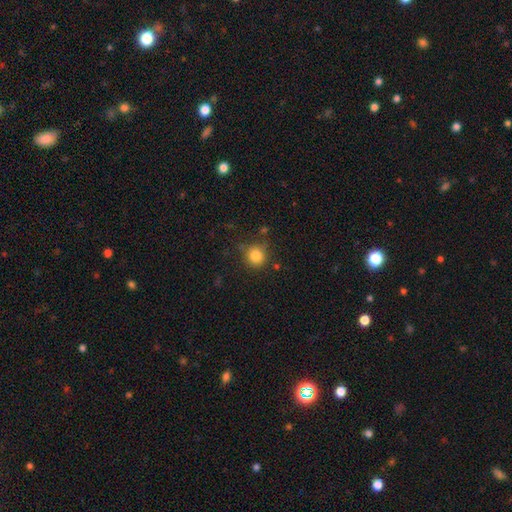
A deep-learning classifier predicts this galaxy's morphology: smooth 82%, star or artifact 12%, featured or disk 6%. Down the decision tree: how rounded — round (92%); merging — none (81%).